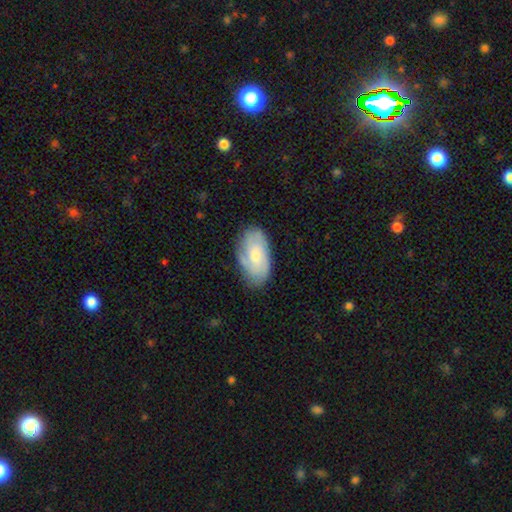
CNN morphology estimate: Smooth or featured? Predicted: featured or disk (p=0.50). Merging? Predicted: none (p=0.72).